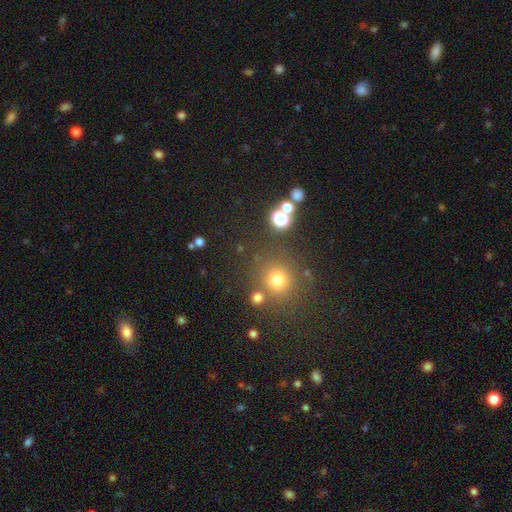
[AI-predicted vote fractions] This is possibly a smooth galaxy (49%). Merging: likely none (78%).